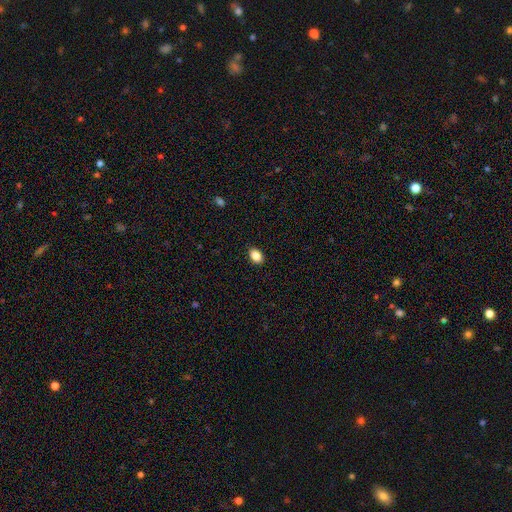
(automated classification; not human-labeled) Q: Smooth or featured?
A: smooth (87%); runner-up: star or artifact (9%)
Q: How rounded?
A: in between (82%); runner-up: round (17%)
Q: Merging?
A: none (90%); runner-up: minor disturbance (7%)